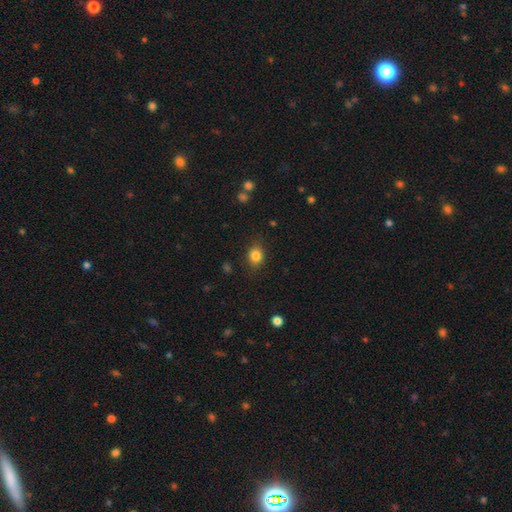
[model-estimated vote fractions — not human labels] Smooth or featured? Predicted: smooth (p=0.84). How rounded? Predicted: round (p=0.53). Merging? Predicted: none (p=0.82).